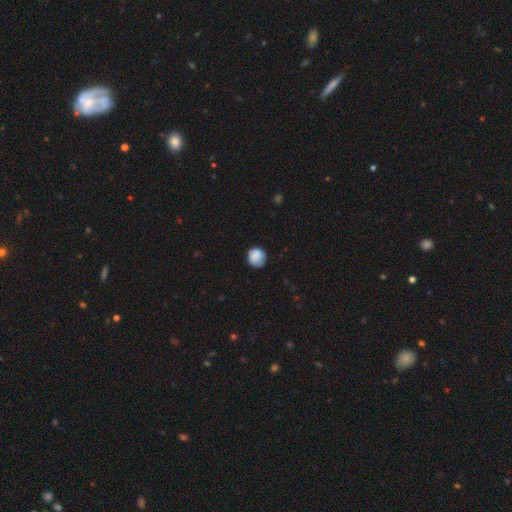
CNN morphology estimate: smooth_or_featured: smooth (p=0.86) [alt: star or artifact p=0.08]
how_rounded: round (p=0.90) [alt: in between p=0.09]
merging: none (p=0.76) [alt: minor disturbance p=0.18]